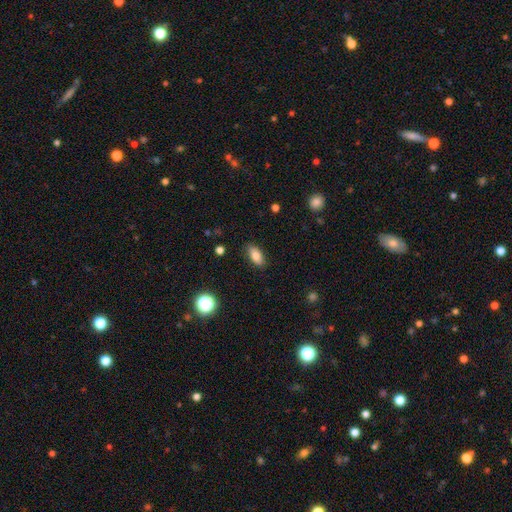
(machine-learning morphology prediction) Smooth or featured? smooth (81%)
How rounded? in between (85%)
Merging? none (86%)